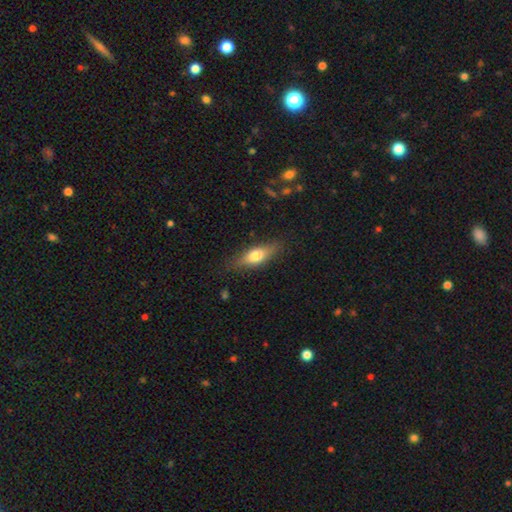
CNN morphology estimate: type=smooth (62%); roundness=in between (59%); merging=none (81%).